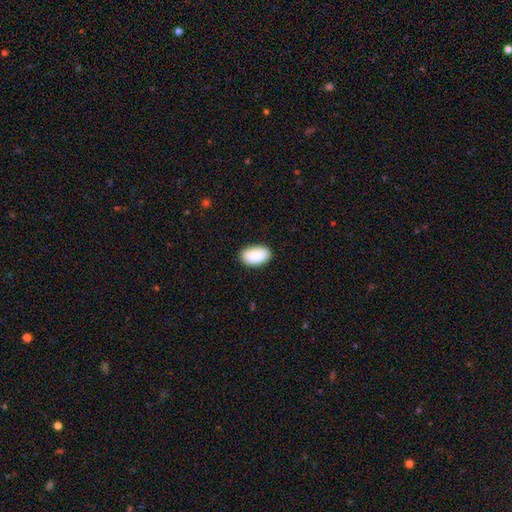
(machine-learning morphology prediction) Smooth or featured? smooth (90%)
How rounded? in between (95%)
Merging? none (86%)